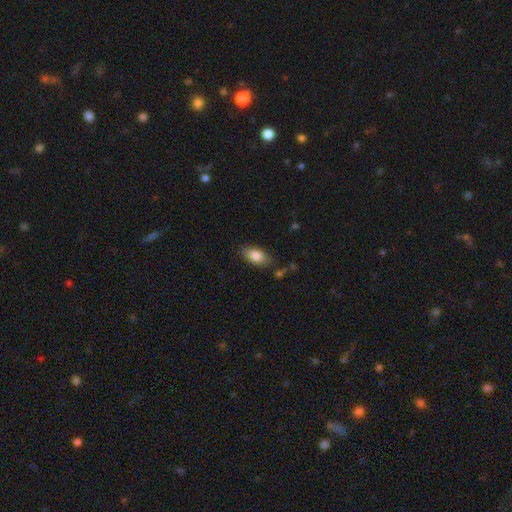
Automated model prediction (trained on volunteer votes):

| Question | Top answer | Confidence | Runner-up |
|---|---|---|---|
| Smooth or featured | smooth | 84% | featured or disk (8%) |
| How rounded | in between | 90% | round (5%) |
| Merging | none | 80% | minor disturbance (14%) |